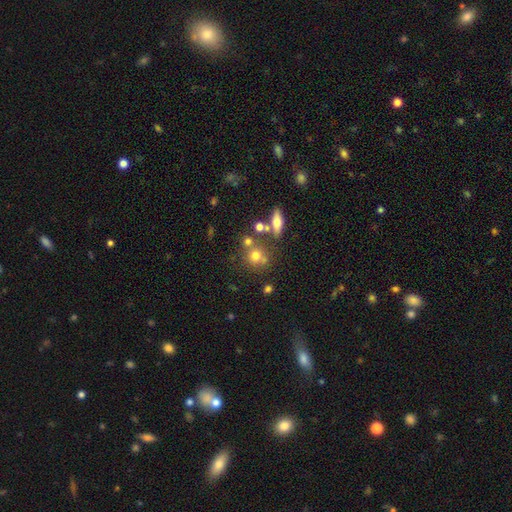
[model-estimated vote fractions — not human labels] Smooth or featured? Predicted: smooth (p=0.68). How rounded? Predicted: round (p=0.81). Merging? Predicted: none (p=0.57).